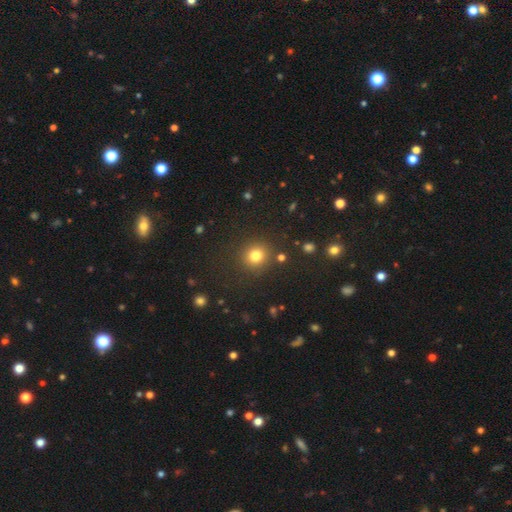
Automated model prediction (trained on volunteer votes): The model was most divided on "smooth or featured": smooth: 80%, star or artifact: 14%, featured or disk: 6%. More confident: how rounded — round (89%); merging — none (87%).